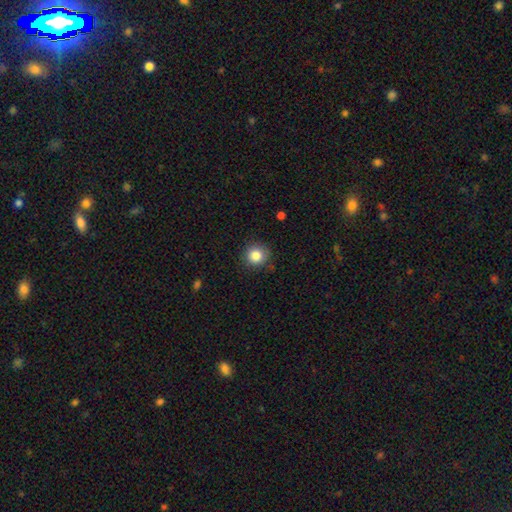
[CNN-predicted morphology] smooth-or-featured: smooth: 85% | star or artifact: 10% | featured or disk: 5%
  how-rounded: round: 91% | in between: 8% | cigar-shaped: 1%
  merging: none: 86% | minor disturbance: 10% | major disturbance: 3% | merger: 1%